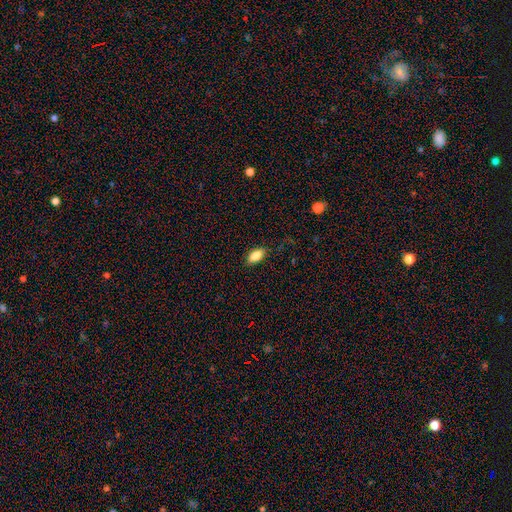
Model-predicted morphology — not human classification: smooth_or_featured: smooth (p=0.85) [alt: featured or disk p=0.08]
how_rounded: in between (p=0.89) [alt: cigar-shaped p=0.07]
merging: none (p=0.81) [alt: minor disturbance p=0.14]